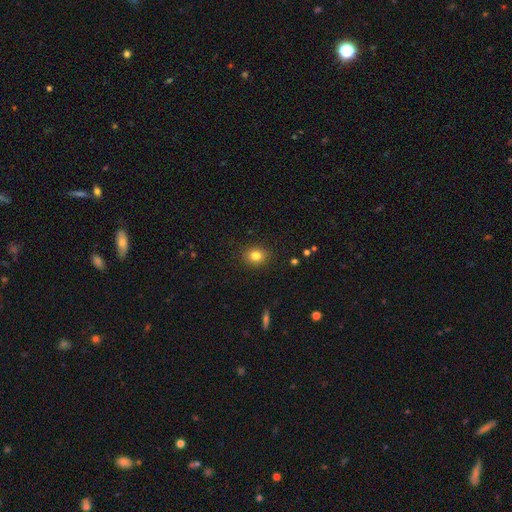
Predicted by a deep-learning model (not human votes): smooth 82%, star or artifact 11%, featured or disk 7%. Down the decision tree: how rounded — round (70%); merging — none (90%).